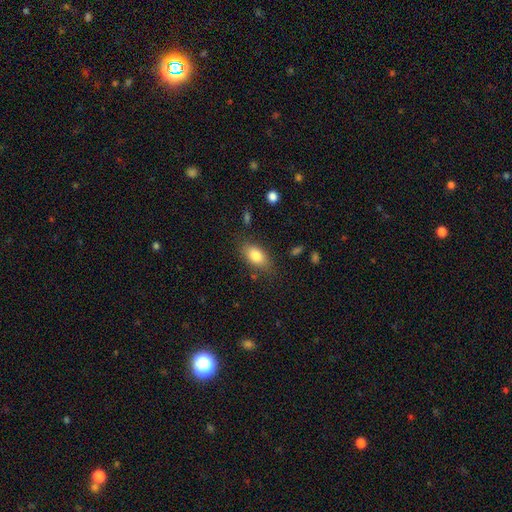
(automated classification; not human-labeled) A smooth galaxy with no disk features (81%) that is in between round and cigar-shaped (87%). Merging: none (78%).